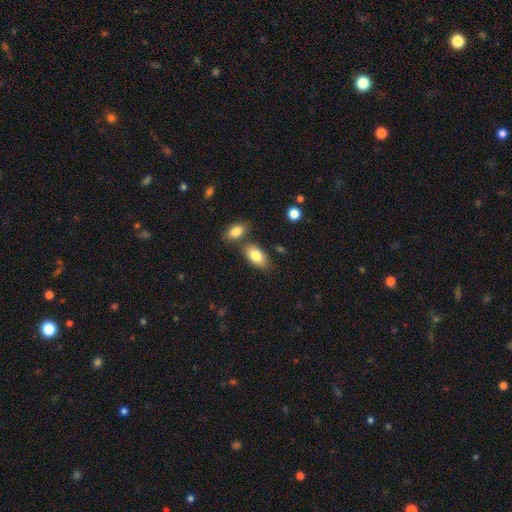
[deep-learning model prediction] Smooth or featured: smooth — 82% (featured or disk — 11%)
How rounded: in between — 93% (round — 5%)
Merging: none — 69% (merger — 16%)